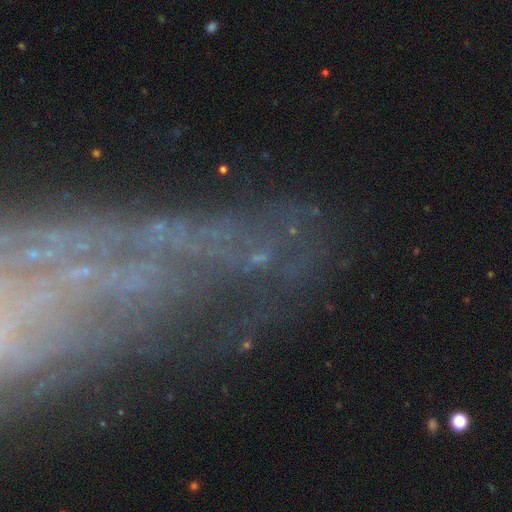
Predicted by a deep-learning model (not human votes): This is possibly a featured or disk galaxy (54%). It is likely not viewed edge-on (73%). Merging: likely none (63%).